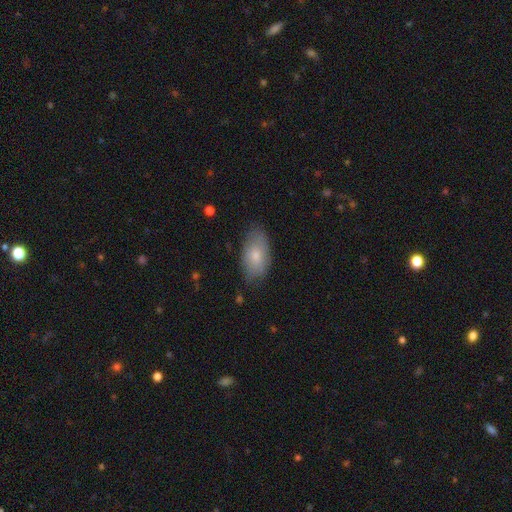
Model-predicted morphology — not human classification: A smooth galaxy with no disk features (75%) that is in between round and cigar-shaped (93%).

Vote fractions:
- Smooth or featured? smooth: 75% / featured or disk: 18% / star or artifact: 6%
- How rounded? in between: 93% / round: 4% / cigar-shaped: 3%
- Merging? none: 76% / minor disturbance: 19% / major disturbance: 4% / merger: 1%